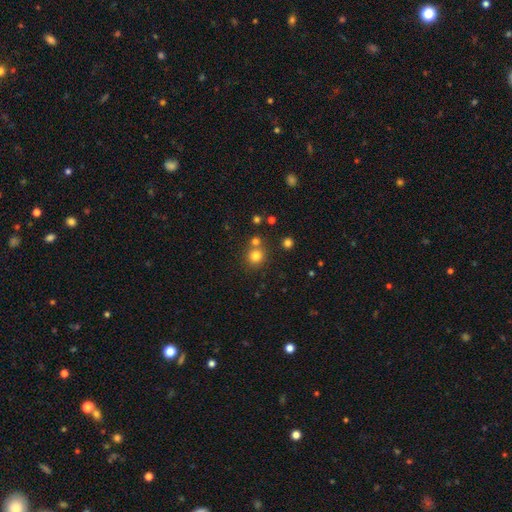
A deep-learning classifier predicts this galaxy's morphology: Overall: smooth (79%). How rounded: round (90%). Merging: none (68%).